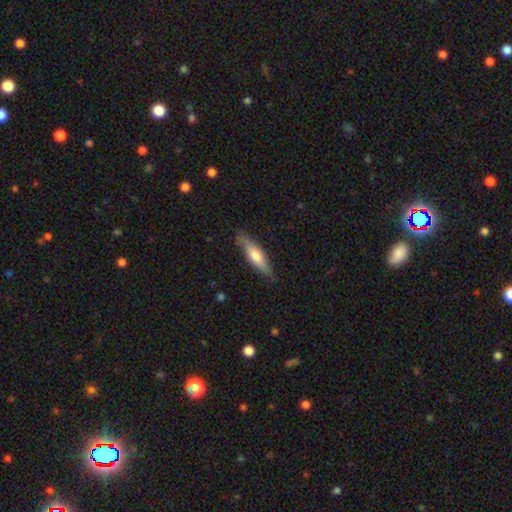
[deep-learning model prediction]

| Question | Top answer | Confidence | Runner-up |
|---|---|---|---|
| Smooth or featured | smooth | 56% | featured or disk (38%) |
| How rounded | cigar-shaped | 73% | in between (25%) |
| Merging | none | 81% | minor disturbance (15%) |